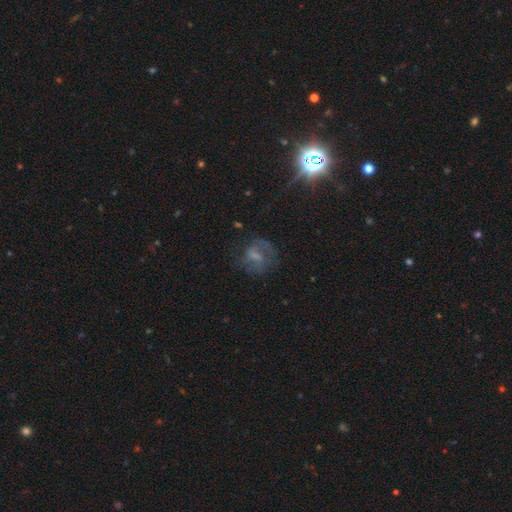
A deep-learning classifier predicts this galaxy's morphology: Smooth or featured?
  - featured or disk: 54% *
  - smooth: 31%
  - star or artifact: 15%
Edge-on disk?
  - no: 97% *
  - yes: 3%
Bar?
  - weak: 46% *
  - no: 35%
  - strong: 19%
Spiral arms?
  - yes: 70% *
  - no: 30%
Bulge size?
  - none: 38% *
  - small: 29%
  - moderate: 26%
  - large: 6%
  - dominant: 1%
Merging?
  - none: 53% *
  - major disturbance: 23%
  - minor disturbance: 21%
  - merger: 3%